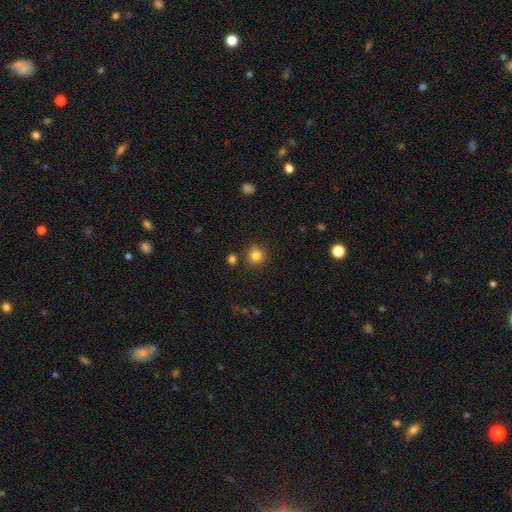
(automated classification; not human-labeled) Q: Smooth or featured?
A: smooth (82%); runner-up: star or artifact (12%)
Q: How rounded?
A: round (92%); runner-up: in between (7%)
Q: Merging?
A: none (84%); runner-up: minor disturbance (8%)